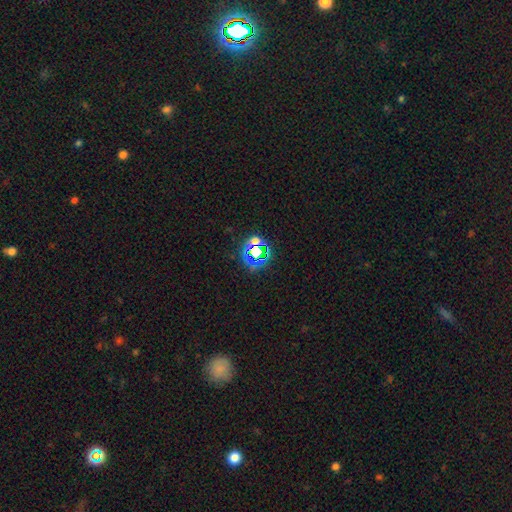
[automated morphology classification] Smooth or featured? Predicted: star or artifact (p=0.67).